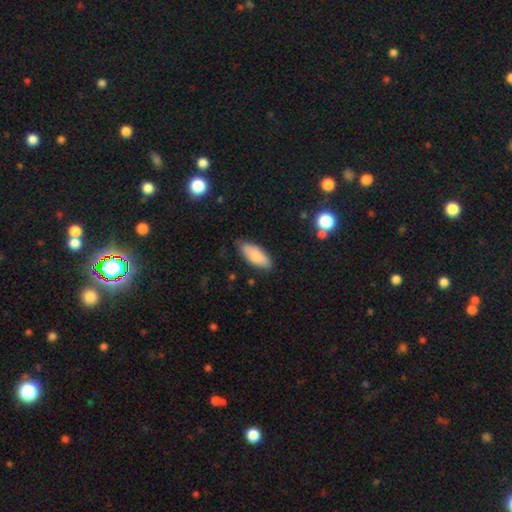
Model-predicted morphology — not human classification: smooth-or-featured: smooth: 80% | featured or disk: 14% | star or artifact: 6%
  how-rounded: in between: 82% | cigar-shaped: 16% | round: 2%
  merging: none: 75% | minor disturbance: 20% | major disturbance: 3% | merger: 2%